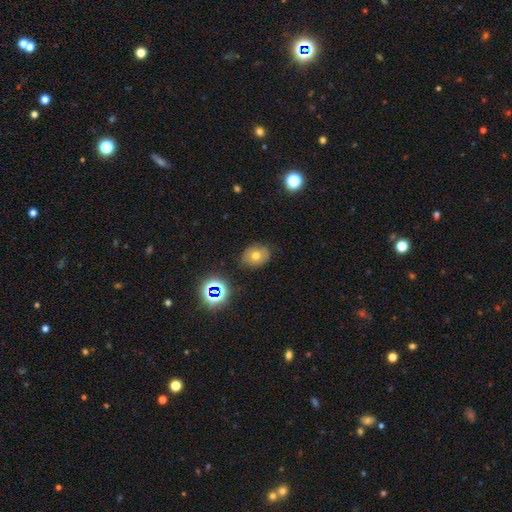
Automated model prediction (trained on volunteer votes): The model was most divided on "how rounded": in between: 55%, round: 44%, cigar-shaped: 1%. More confident: merging — none (82%); smooth or featured — smooth (63%).